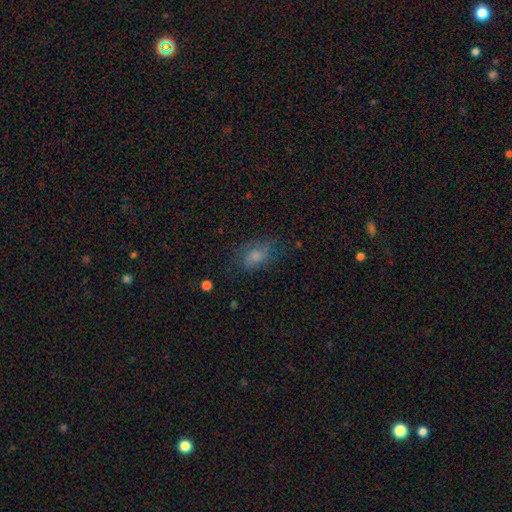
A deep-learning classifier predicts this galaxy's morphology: Smooth or featured: smooth — 59% (featured or disk — 27%)
How rounded: in between — 79% (round — 17%)
Merging: none — 65% (minor disturbance — 22%)